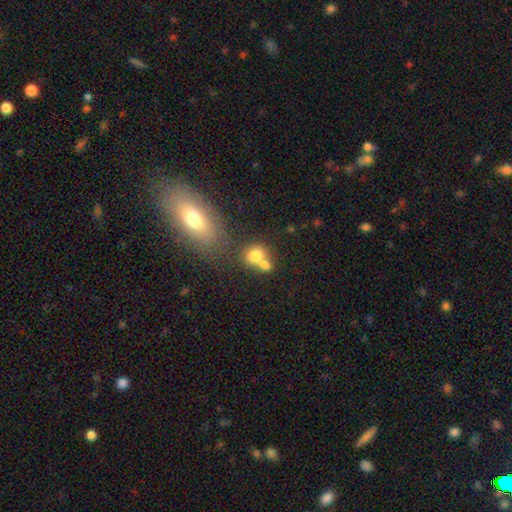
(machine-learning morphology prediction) type=smooth (75%); roundness=round (57%); merging=merger (58%).